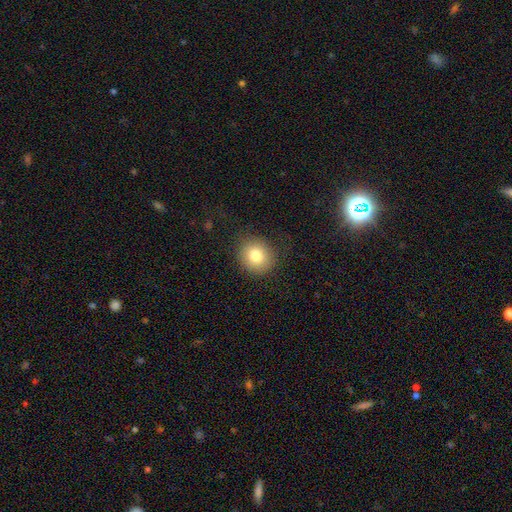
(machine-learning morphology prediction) smooth_or_featured: smooth (p=0.80) [alt: featured or disk p=0.10]
how_rounded: round (p=0.82) [alt: in between p=0.17]
merging: none (p=0.82) [alt: minor disturbance p=0.12]